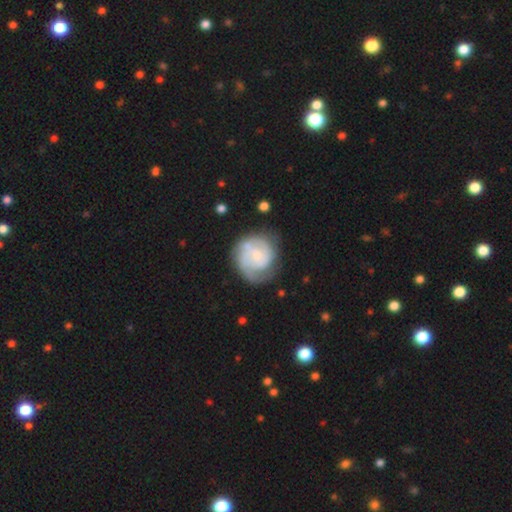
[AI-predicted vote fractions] Smooth or featured?
  - featured or disk: 74% *
  - smooth: 20%
  - star or artifact: 5%
Edge-on disk?
  - no: 98% *
  - yes: 2%
Bar?
  - no: 63% *
  - weak: 32%
  - strong: 5%
Spiral arms?
  - yes: 92% *
  - no: 8%
Spiral winding?
  - tight: 54% *
  - medium: 35%
  - loose: 12%
Spiral arm count?
  - 2: 39% *
  - can't tell: 24%
  - 3: 18%
  - 1: 12%
  - 4: 4%
  - more than 4: 3%
Bulge size?
  - small: 50% *
  - moderate: 28%
  - none: 17%
  - large: 4%
  - dominant: 1%
Merging?
  - none: 65% *
  - minor disturbance: 20%
  - major disturbance: 12%
  - merger: 3%